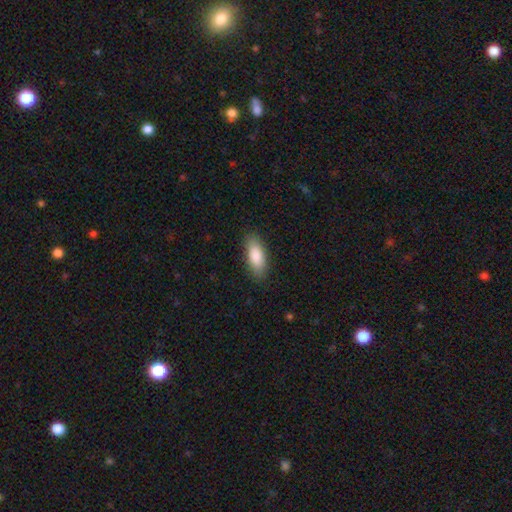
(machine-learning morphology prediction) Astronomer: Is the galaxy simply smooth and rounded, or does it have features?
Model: smooth — 87%.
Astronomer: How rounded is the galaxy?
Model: in between — 79%.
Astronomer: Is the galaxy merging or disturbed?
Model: none — 87%.